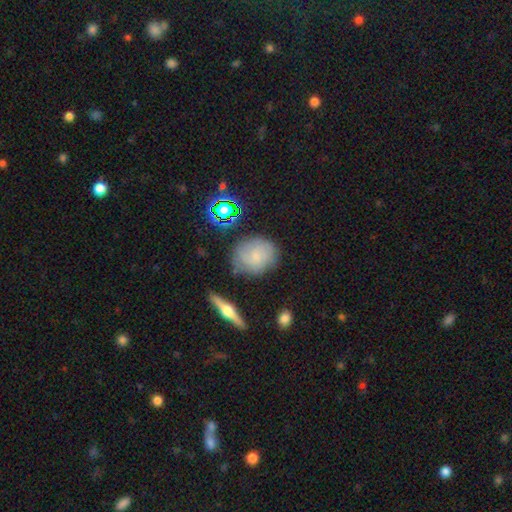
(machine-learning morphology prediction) Q: Smooth or featured?
A: smooth (51%); runner-up: featured or disk (37%)
Q: How rounded?
A: round (66%); runner-up: in between (31%)
Q: Merging?
A: none (74%); runner-up: minor disturbance (18%)